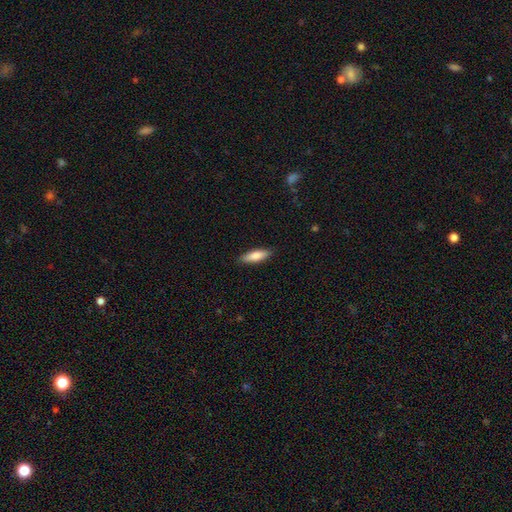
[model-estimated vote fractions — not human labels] smooth_or_featured: smooth (p=0.82) [alt: featured or disk p=0.13]
how_rounded: cigar-shaped (p=0.53) [alt: in between p=0.45]
merging: none (p=0.88) [alt: minor disturbance p=0.09]